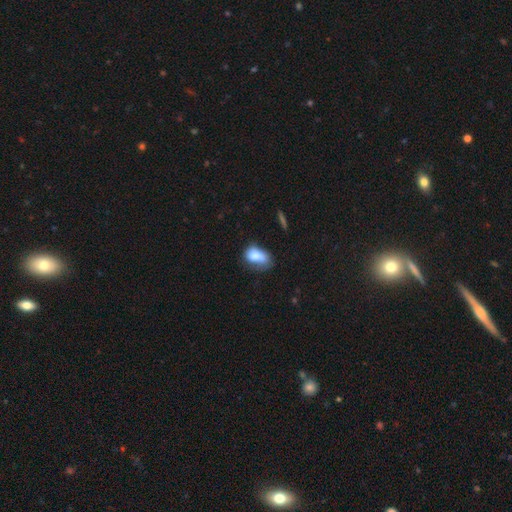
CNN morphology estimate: The model was most divided on "merging": minor disturbance: 37%, none: 35%, major disturbance: 21%, merger: 7%. More confident: how rounded — in between (87%); smooth or featured — smooth (78%).